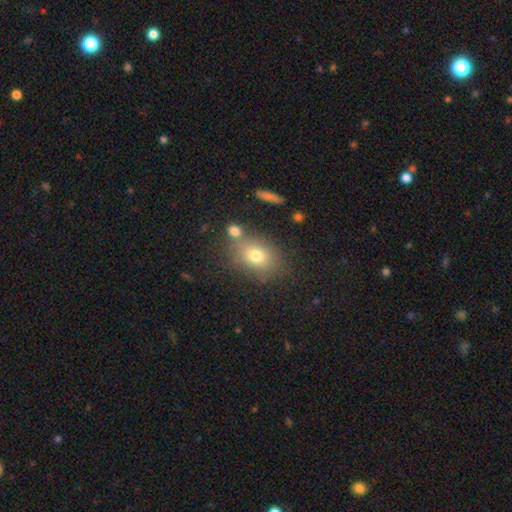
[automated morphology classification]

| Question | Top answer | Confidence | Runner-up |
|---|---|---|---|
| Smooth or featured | smooth | 73% | featured or disk (14%) |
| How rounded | in between | 62% | round (36%) |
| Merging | none | 66% | merger (14%) |